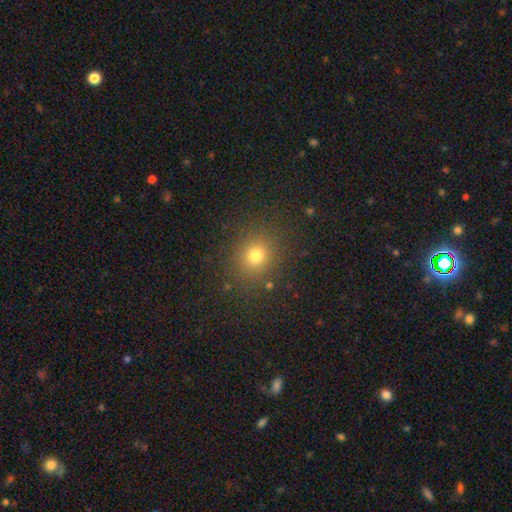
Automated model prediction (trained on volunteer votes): smooth_or_featured: smooth (p=0.74) [alt: star or artifact p=0.19]
how_rounded: round (p=0.81) [alt: in between p=0.18]
merging: none (p=0.87) [alt: minor disturbance p=0.08]